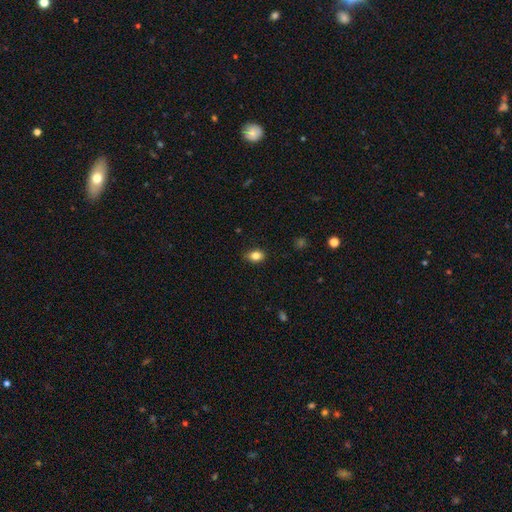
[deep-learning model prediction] The model was most divided on "how rounded": in between: 71%, round: 27%, cigar-shaped: 1%. More confident: smooth or featured — smooth (84%); merging — none (83%).